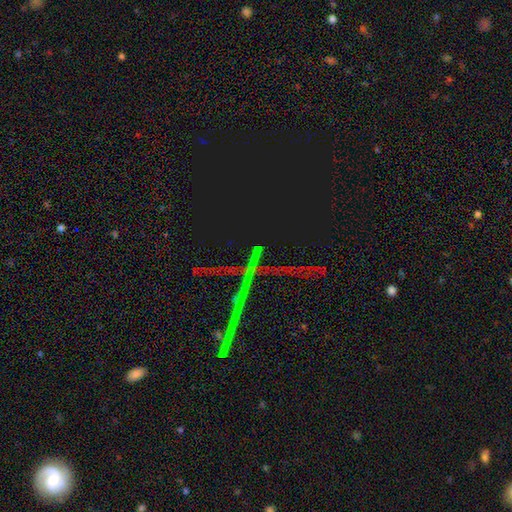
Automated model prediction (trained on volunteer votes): Smooth or featured? Predicted: star or artifact (p=0.85).